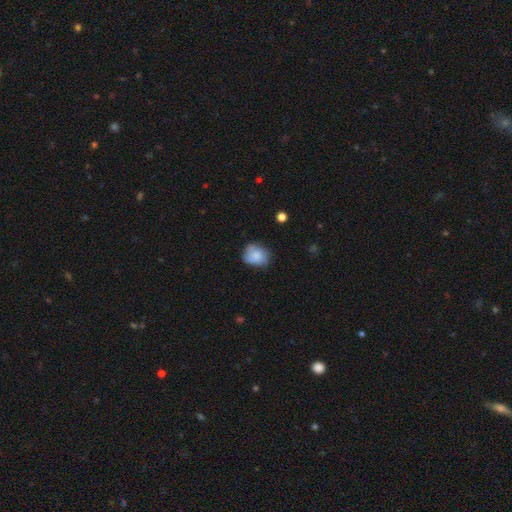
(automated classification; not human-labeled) Overall: smooth (74%). How rounded: round (55%; in between 44%). Merging: none (58%; minor disturbance 30%).